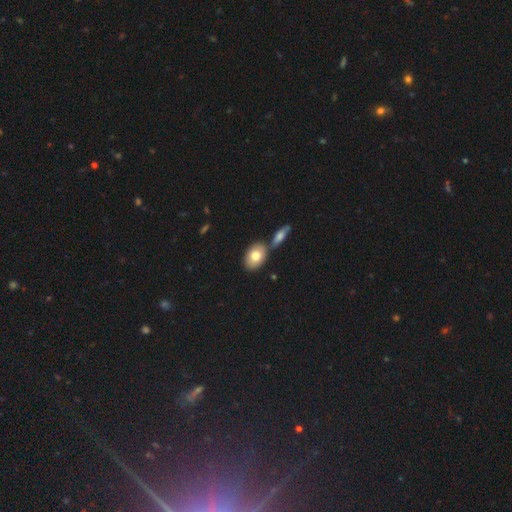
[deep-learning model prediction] smooth 77%, featured or disk 16%, star or artifact 7%. Down the decision tree: how rounded — in between (84%); merging — none (63%).